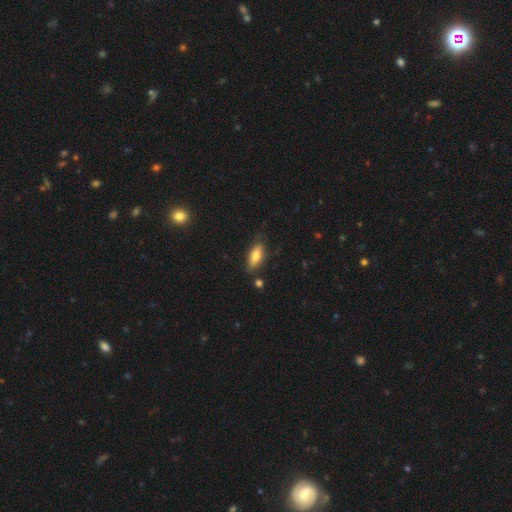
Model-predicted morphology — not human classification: Smooth or featured: smooth — 75% (featured or disk — 18%)
How rounded: in between — 74% (cigar-shaped — 23%)
Merging: none — 72% (minor disturbance — 21%)